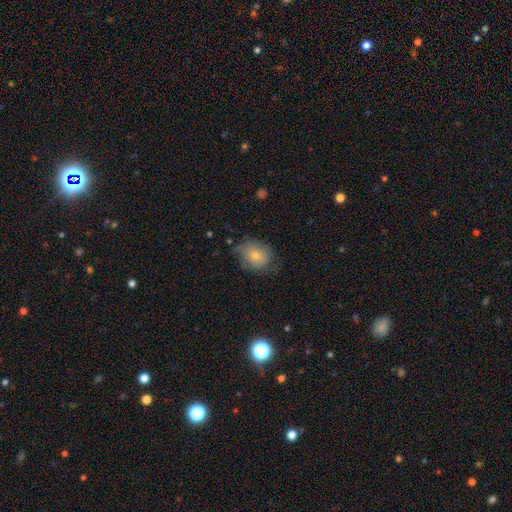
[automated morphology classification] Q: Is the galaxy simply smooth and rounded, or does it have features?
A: smooth — 72%.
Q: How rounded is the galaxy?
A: round — 50%.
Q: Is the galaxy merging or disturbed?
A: none — 55%.